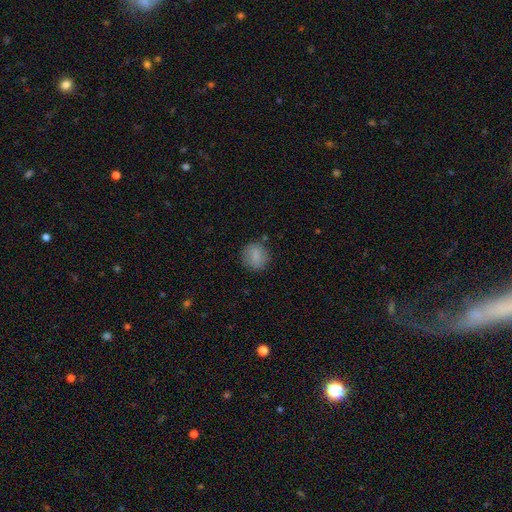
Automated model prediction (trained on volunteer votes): This appears to be a smooth galaxy with no disk features (81%) that is round (86%). Merging: none (83%).